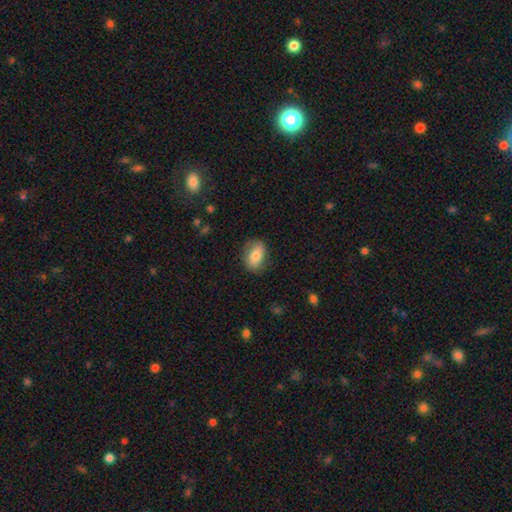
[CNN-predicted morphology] Smooth or featured: smooth — 72% (featured or disk — 21%)
How rounded: in between — 81% (round — 16%)
Merging: none — 76% (minor disturbance — 18%)